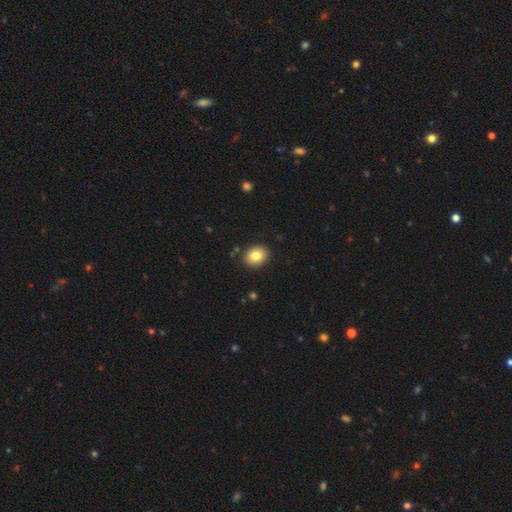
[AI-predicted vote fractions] smooth_or_featured: smooth (p=0.83) [alt: star or artifact p=0.09]
how_rounded: in between (p=0.51) [alt: round p=0.48]
merging: none (p=0.89) [alt: minor disturbance p=0.08]